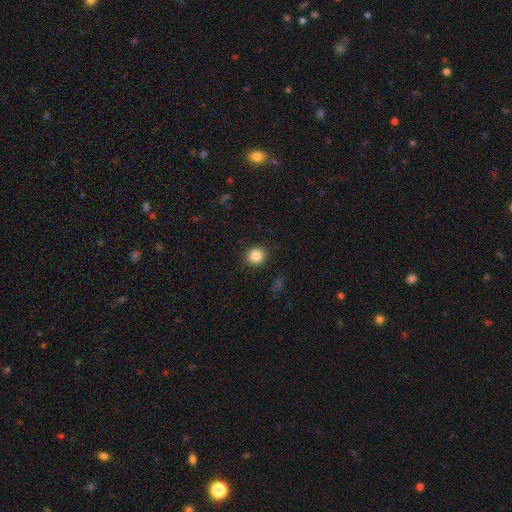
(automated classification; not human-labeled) This appears to be a smooth galaxy with no disk features (86%) that is round (80%). Merging: none (89%).